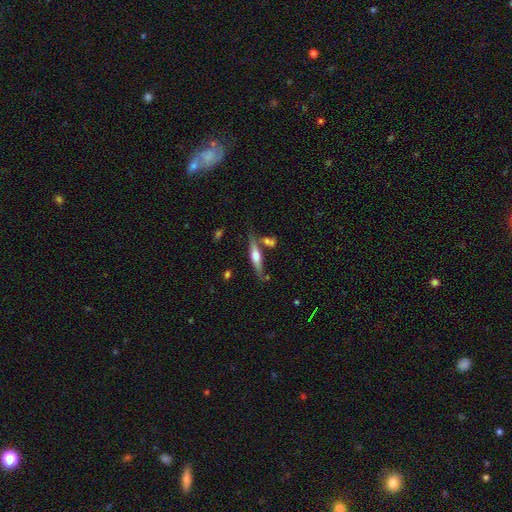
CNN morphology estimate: type=featured or disk (60%); edge-on=yes (94%); edge-on bulge=rounded (87%); merging=none (69%).